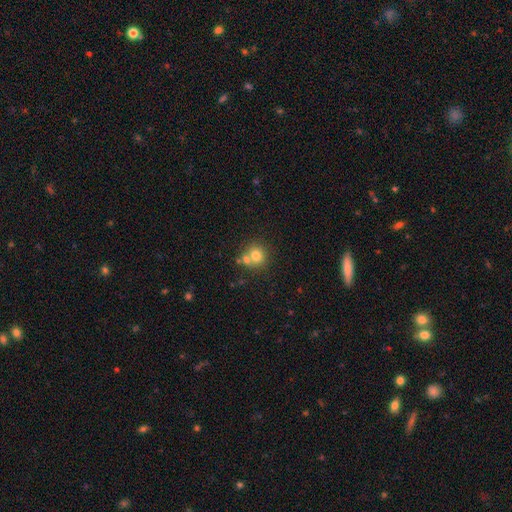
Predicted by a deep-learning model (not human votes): smooth 75%, star or artifact 13%, featured or disk 12%. Down the decision tree: how rounded — round (86%); merging — none (56%).